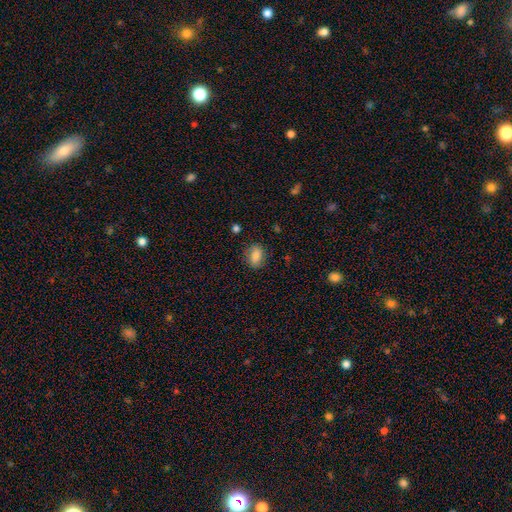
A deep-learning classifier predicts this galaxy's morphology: type=smooth (81%); roundness=in between (71%); merging=none (80%).